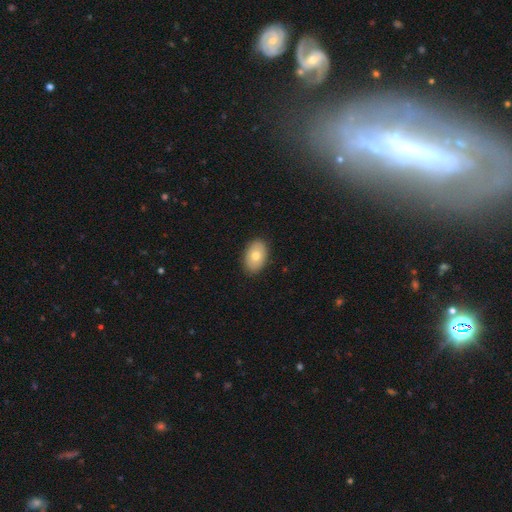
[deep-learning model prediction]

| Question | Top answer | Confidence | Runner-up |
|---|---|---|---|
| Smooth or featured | smooth | 76% | featured or disk (18%) |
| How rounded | in between | 88% | round (11%) |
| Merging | none | 88% | minor disturbance (9%) |